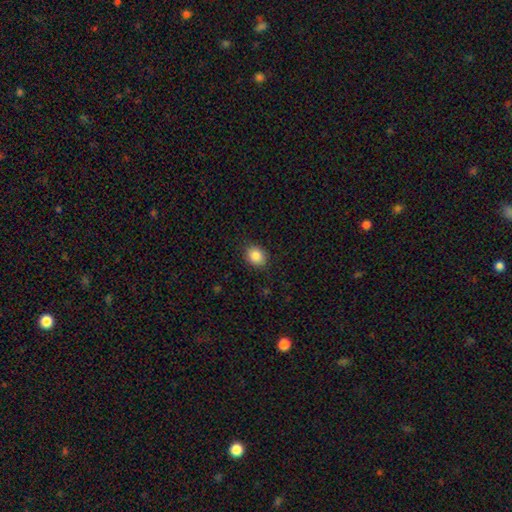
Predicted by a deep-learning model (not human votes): Q: Smooth or featured?
A: smooth (87%); runner-up: star or artifact (9%)
Q: How rounded?
A: round (51%); runner-up: in between (48%)
Q: Merging?
A: none (86%); runner-up: minor disturbance (11%)